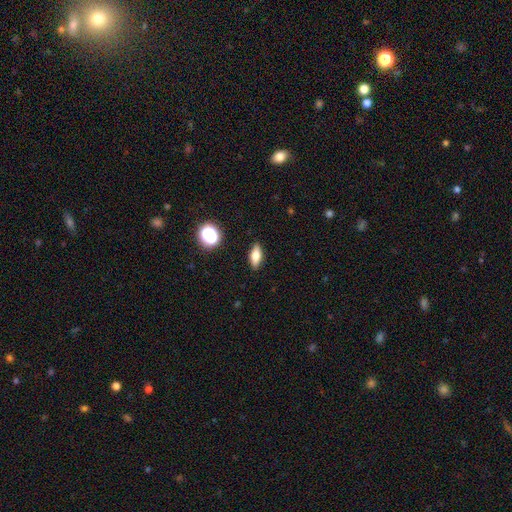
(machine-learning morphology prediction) Smooth or featured? Predicted: smooth (p=0.67). How rounded? Predicted: in between (p=0.71). Merging? Predicted: none (p=0.88).